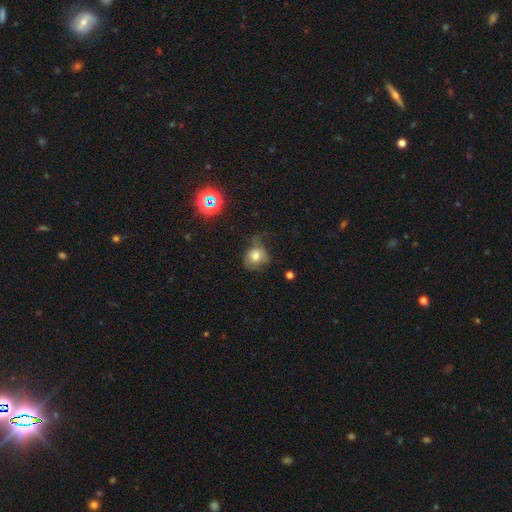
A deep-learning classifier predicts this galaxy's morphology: Overall: smooth (68%). How rounded: round (72%). Merging: none (41%; minor disturbance 35%).